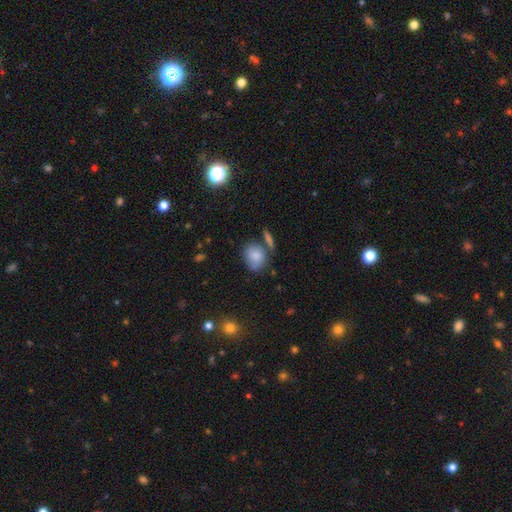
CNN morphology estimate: Smooth or featured? Predicted: smooth (p=0.82). How rounded? Predicted: in between (p=0.51). Merging? Predicted: none (p=0.58).